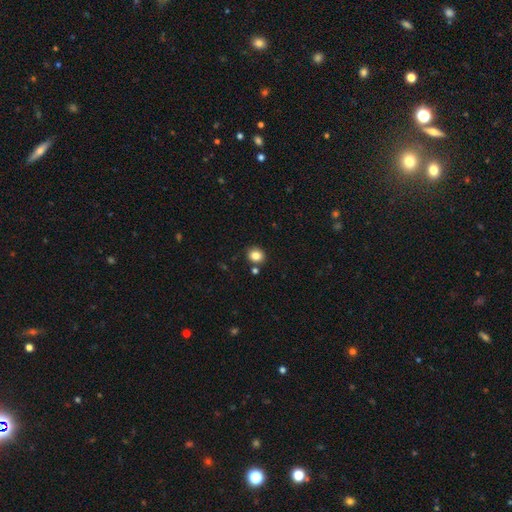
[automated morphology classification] smooth_or_featured: smooth (p=0.84) [alt: star or artifact p=0.11]
how_rounded: round (p=0.75) [alt: in between p=0.24]
merging: none (p=0.85) [alt: minor disturbance p=0.08]